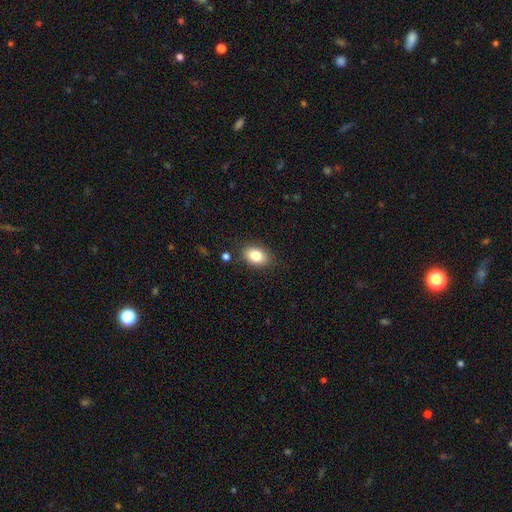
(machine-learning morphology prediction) A smooth galaxy with no disk features (82%) that is in between round and cigar-shaped (78%). Merging: none (84%).